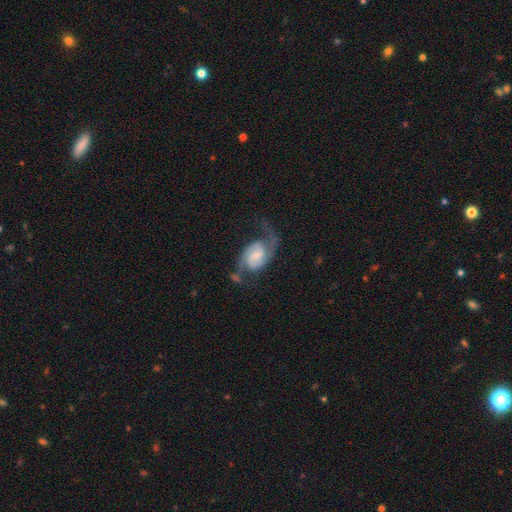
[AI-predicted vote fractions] Morphology: type=featured or disk (83%); edge-on=no (98%); bar=weak (52%); spiral arms=yes (96%); winding=medium (45%); arm count=2 (89%); bulge=small (34%); merging=none (53%).